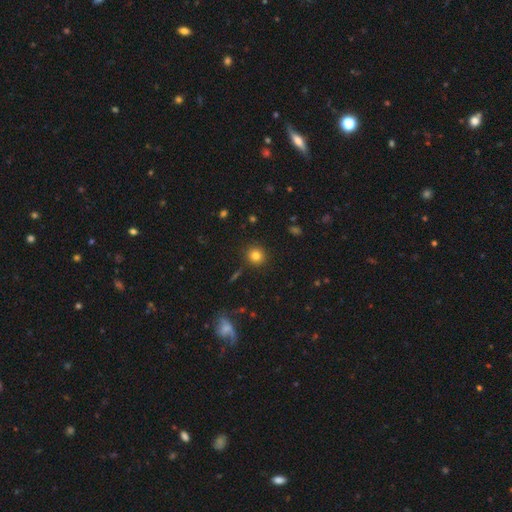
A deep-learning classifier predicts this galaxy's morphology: Smooth or featured? smooth (81%)
How rounded? round (90%)
Merging? none (90%)